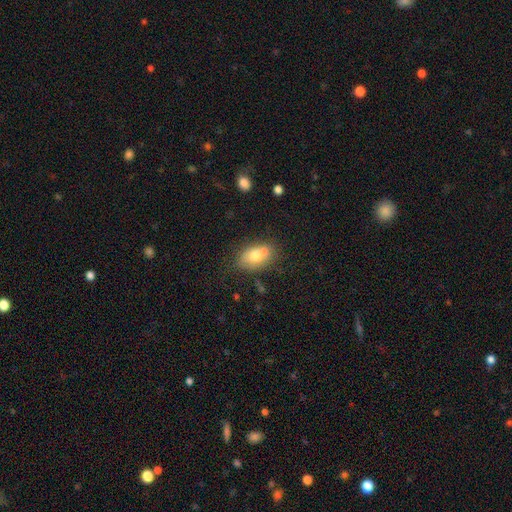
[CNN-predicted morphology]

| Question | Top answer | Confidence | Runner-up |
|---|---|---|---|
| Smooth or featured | smooth | 70% | featured or disk (21%) |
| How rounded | in between | 80% | round (19%) |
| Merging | none | 52% | merger (28%) |